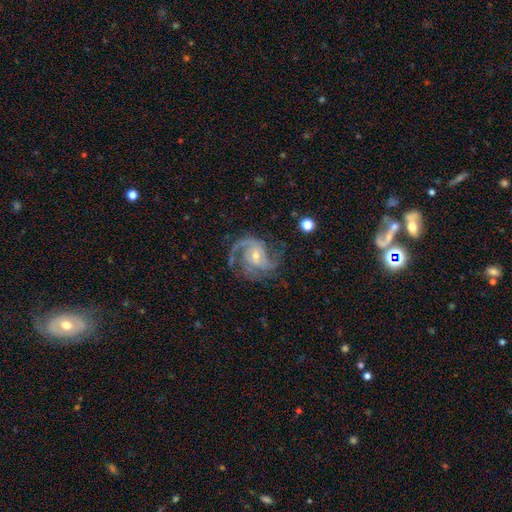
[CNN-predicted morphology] A featured or disk galaxy (90%) with no bar (55%), 2 (48%) medium (52%) spiral arms (98%) and a small central bulge (55%).

Vote fractions:
- Smooth or featured? featured or disk: 90% / star or artifact: 5% / smooth: 4%
- Edge-on disk? no: 98% / yes: 2%
- Bar? no: 55% / weak: 35% / strong: 10%
- Spiral arms? yes: 98% / no: 2%
- Spiral winding? medium: 52% / tight: 30% / loose: 18%
- Spiral arm count? 2: 48% / 3: 26% / can't tell: 10% / 1: 6% / 4: 5% / more than 4: 4%
- Bulge size? small: 55% / moderate: 42% / large: 2% / none: 1% / dominant: 1%
- Merging? none: 68% / minor disturbance: 18% / major disturbance: 13% / merger: 2%